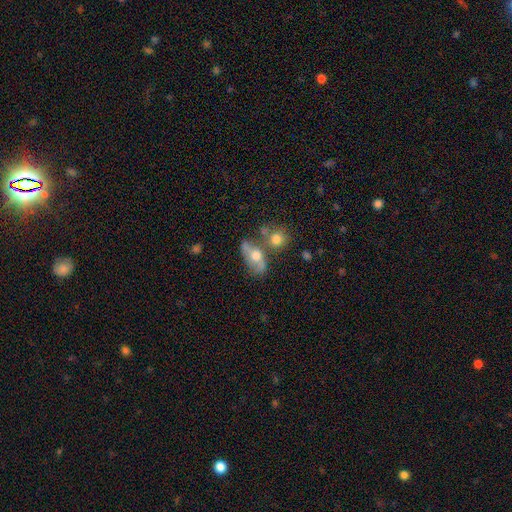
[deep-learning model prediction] This appears to be a smooth galaxy with no disk features (46%). Merging: none (44%).